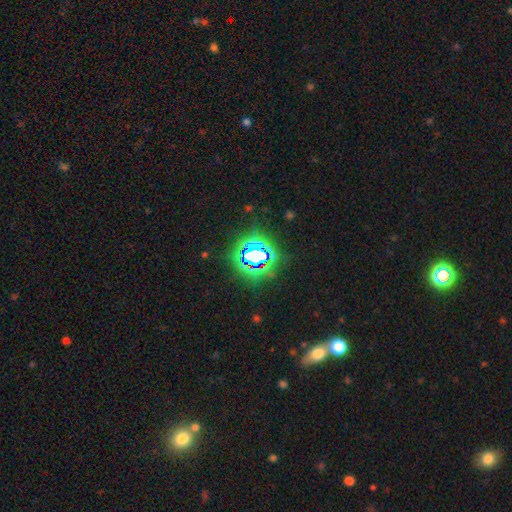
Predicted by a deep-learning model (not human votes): smooth_or_featured: star or artifact (p=0.74) [alt: smooth p=0.15]